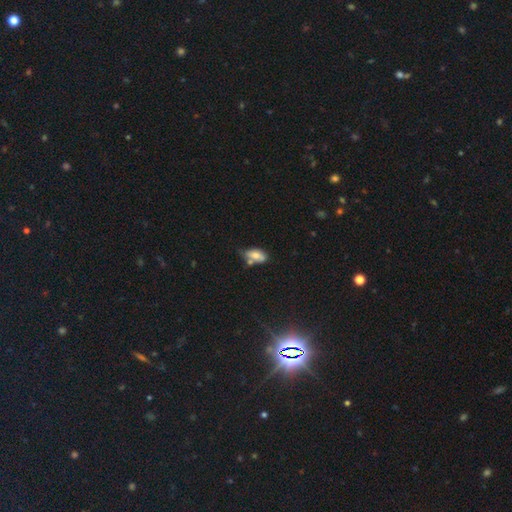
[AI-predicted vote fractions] smooth 70%, featured or disk 21%, star or artifact 9%. Down the decision tree: how rounded — in between (87%); merging — none (44%).